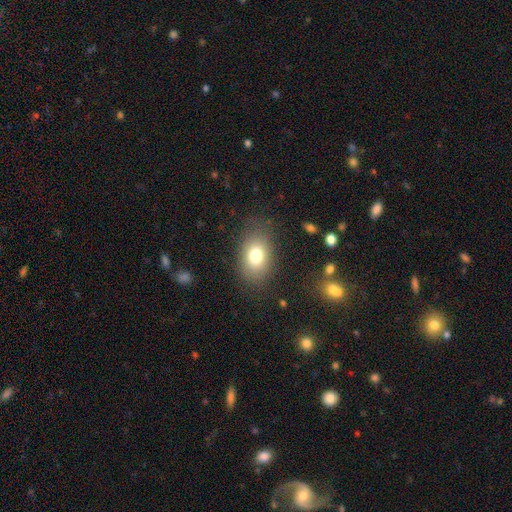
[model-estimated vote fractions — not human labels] Smooth or featured: smooth — 77% (featured or disk — 12%)
How rounded: in between — 80% (round — 19%)
Merging: none — 79% (minor disturbance — 13%)